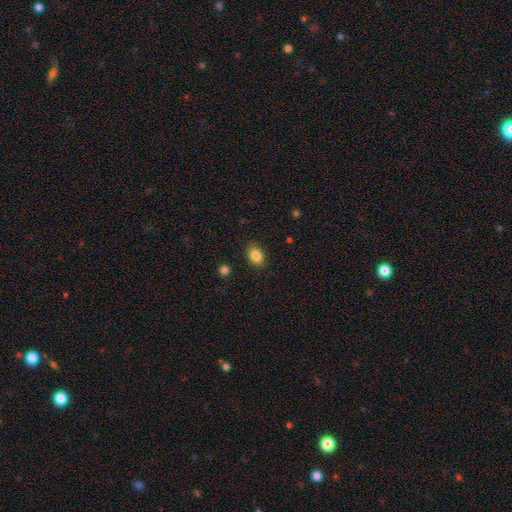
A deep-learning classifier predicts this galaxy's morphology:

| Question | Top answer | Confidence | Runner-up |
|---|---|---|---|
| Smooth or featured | smooth | 85% | star or artifact (9%) |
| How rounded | in between | 73% | round (25%) |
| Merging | none | 87% | minor disturbance (9%) |